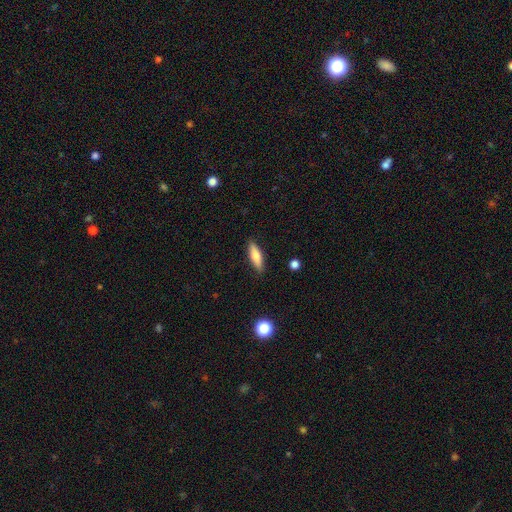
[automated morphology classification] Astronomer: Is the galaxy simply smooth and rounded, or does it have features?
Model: smooth — 69%.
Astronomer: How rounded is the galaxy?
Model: cigar-shaped — 55% (runner-up: in between, 42%).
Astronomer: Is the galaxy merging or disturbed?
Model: none — 88%.